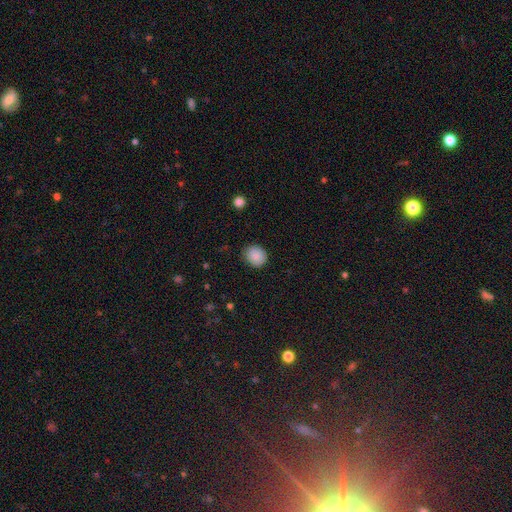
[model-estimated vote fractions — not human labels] smooth_or_featured: smooth (p=0.88) [alt: star or artifact p=0.08]
how_rounded: round (p=0.76) [alt: in between p=0.23]
merging: none (p=0.88) [alt: minor disturbance p=0.09]